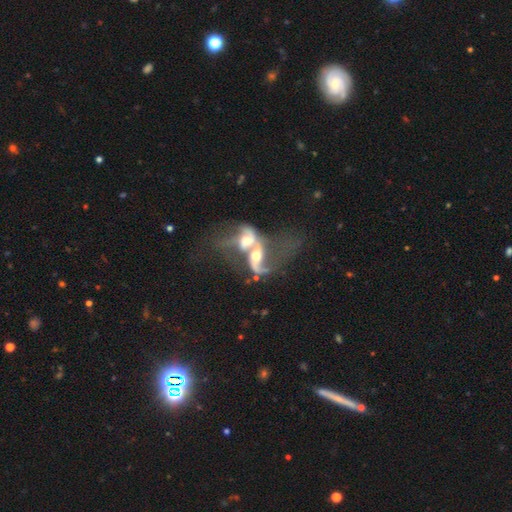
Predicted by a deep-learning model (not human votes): Q: Smooth or featured?
A: featured or disk (77%); runner-up: smooth (16%)
Q: Edge-on disk?
A: no (95%); runner-up: yes (5%)
Q: Bar?
A: no (53%); runner-up: weak (30%)
Q: Spiral arms?
A: yes (81%); runner-up: no (19%)
Q: Spiral winding?
A: loose (73%); runner-up: medium (21%)
Q: Spiral arm count?
A: 2 (67%); runner-up: 1 (17%)
Q: Bulge size?
A: moderate (59%); runner-up: large (21%)
Q: Merging?
A: merger (82%); runner-up: major disturbance (10%)